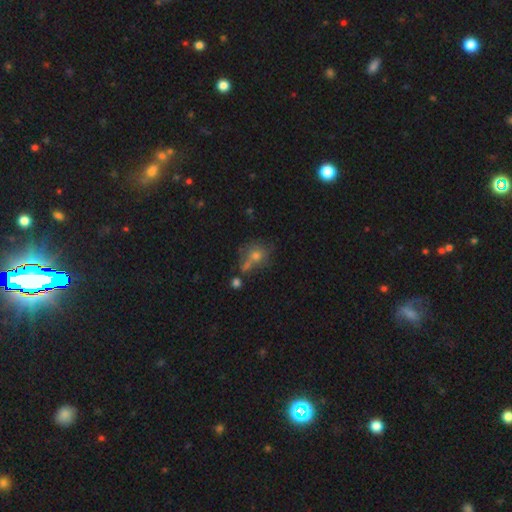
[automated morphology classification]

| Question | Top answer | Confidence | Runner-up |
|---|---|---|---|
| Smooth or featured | smooth | 67% | featured or disk (18%) |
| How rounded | round | 72% | in between (26%) |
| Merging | none | 46% | merger (25%) |